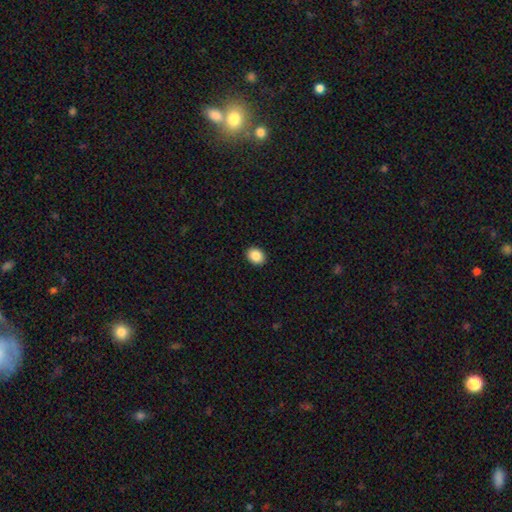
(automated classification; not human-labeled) Smooth or featured?
  - smooth: 88% *
  - star or artifact: 8%
  - featured or disk: 4%
How rounded?
  - in between: 51% *
  - round: 48%
  - cigar-shaped: 1%
Merging?
  - none: 92% *
  - minor disturbance: 5%
  - major disturbance: 2%
  - merger: 1%